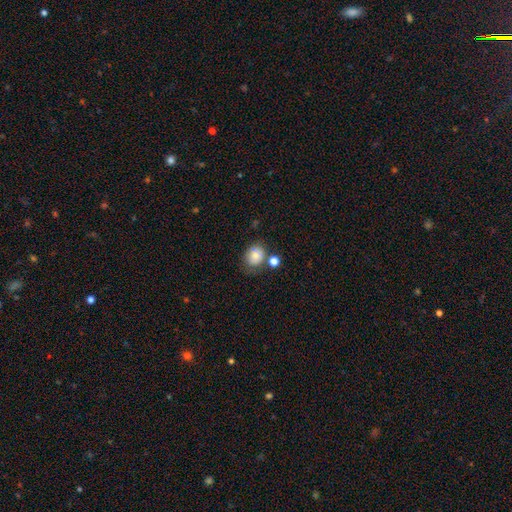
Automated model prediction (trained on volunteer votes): Smooth or featured: smooth — 78% (featured or disk — 12%)
How rounded: round — 63% (in between — 36%)
Merging: none — 61% (minor disturbance — 18%)